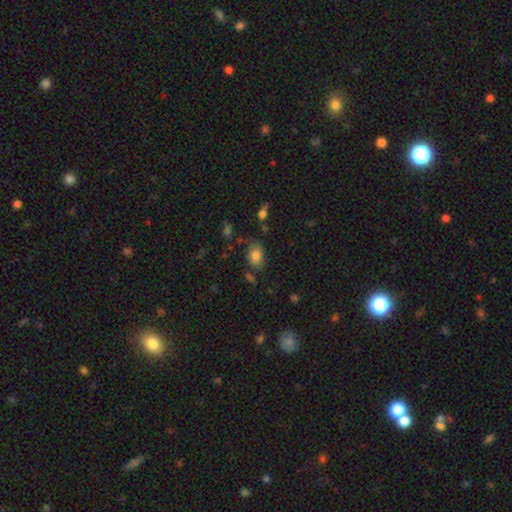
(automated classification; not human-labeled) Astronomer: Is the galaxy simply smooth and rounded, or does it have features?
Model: smooth — 81%.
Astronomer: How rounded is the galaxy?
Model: in between — 78%.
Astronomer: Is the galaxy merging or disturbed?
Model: none — 69%.